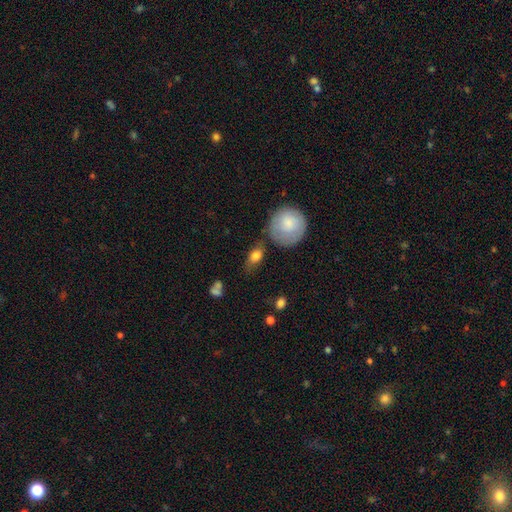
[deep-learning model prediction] A smooth galaxy with no disk features (77%) that is in between round and cigar-shaped (74%). Merging: none (62%).